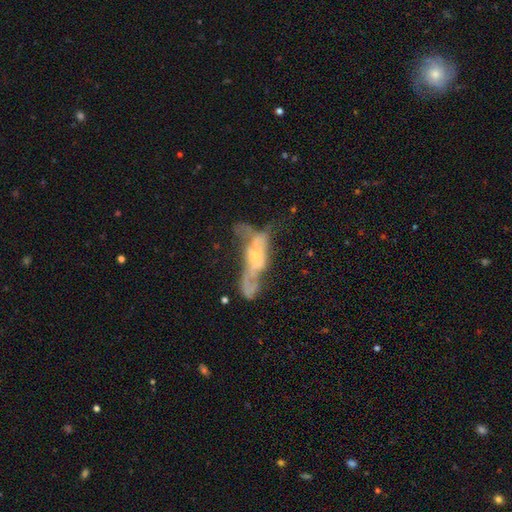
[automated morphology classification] The model was most divided on "merging": major disturbance: 40%, merger: 23%, none: 22%, minor disturbance: 15%. More confident: edge-on disk — no (76%); smooth or featured — featured or disk (65%).